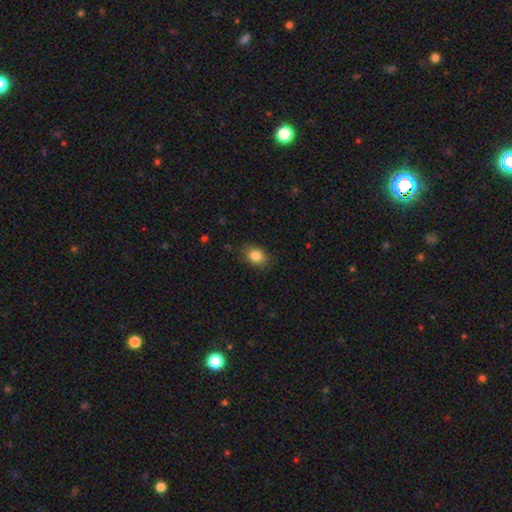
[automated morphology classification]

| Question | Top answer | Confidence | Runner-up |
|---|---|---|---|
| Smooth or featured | smooth | 85% | star or artifact (9%) |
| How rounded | in between | 69% | round (30%) |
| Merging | none | 81% | minor disturbance (14%) |